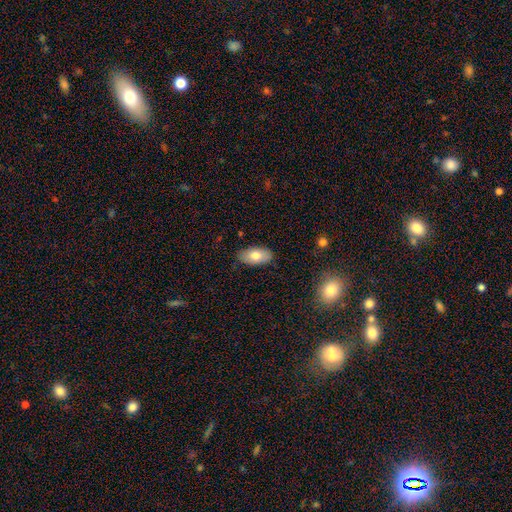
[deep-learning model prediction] The model was most divided on "smooth or featured": smooth: 75%, featured or disk: 18%, star or artifact: 7%. More confident: how rounded — in between (93%); merging — none (86%).